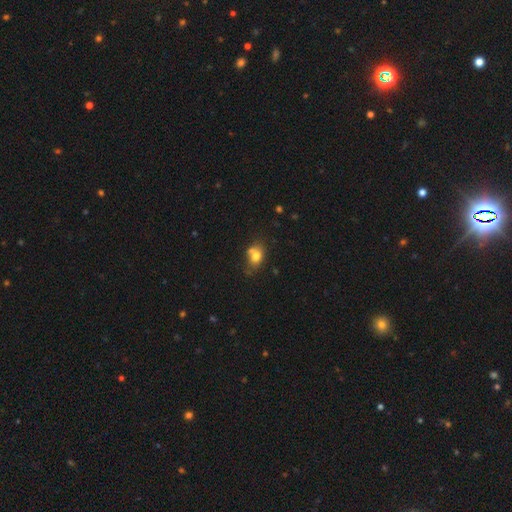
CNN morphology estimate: Smooth or featured? smooth (75%)
How rounded? in between (59%)
Merging? none (44%)